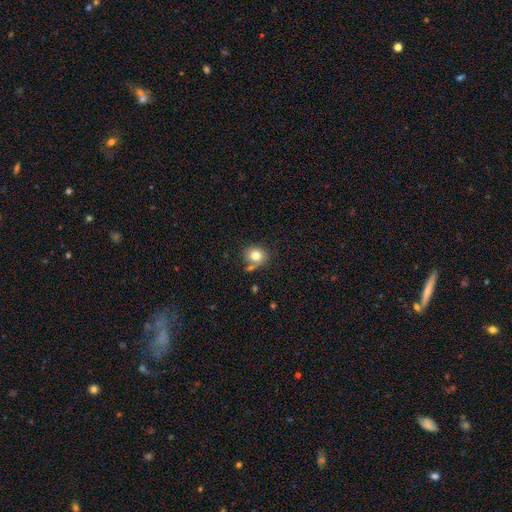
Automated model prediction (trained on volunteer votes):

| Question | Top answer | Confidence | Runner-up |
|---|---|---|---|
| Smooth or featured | smooth | 79% | featured or disk (11%) |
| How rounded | round | 70% | in between (29%) |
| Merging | none | 65% | minor disturbance (16%) |